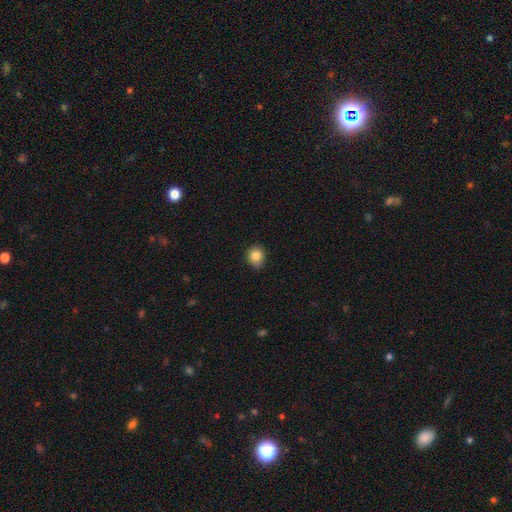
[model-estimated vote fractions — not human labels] The model was most divided on "how rounded": round: 74%, in between: 25%, cigar-shaped: 1%. More confident: smooth or featured — smooth (84%); merging — none (78%).